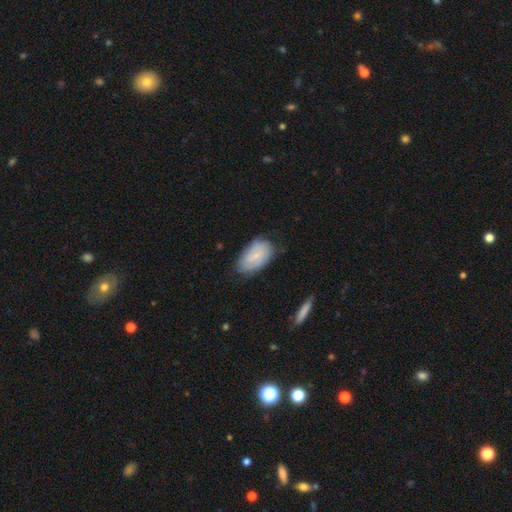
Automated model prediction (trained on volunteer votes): Smooth or featured?
  - smooth: 62% *
  - featured or disk: 31%
  - star or artifact: 7%
How rounded?
  - in between: 92% *
  - round: 6%
  - cigar-shaped: 2%
Merging?
  - none: 70% *
  - minor disturbance: 23%
  - major disturbance: 5%
  - merger: 2%